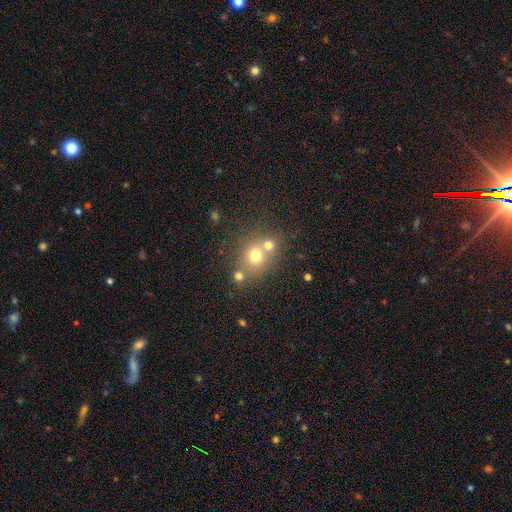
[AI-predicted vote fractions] smooth-or-featured: smooth: 68% | featured or disk: 16% | star or artifact: 16%
  how-rounded: round: 78% | in between: 21% | cigar-shaped: 1%
  merging: none: 46% | merger: 41% | minor disturbance: 8% | major disturbance: 4%